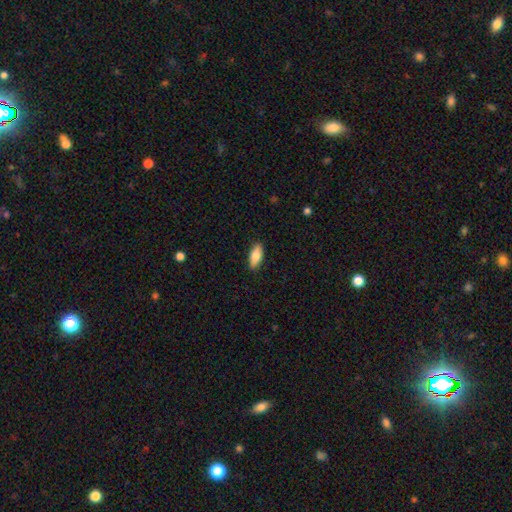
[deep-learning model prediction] smooth_or_featured: smooth (p=0.78) [alt: featured or disk p=0.16]
how_rounded: in between (p=0.78) [alt: cigar-shaped p=0.19]
merging: none (p=0.89) [alt: minor disturbance p=0.08]